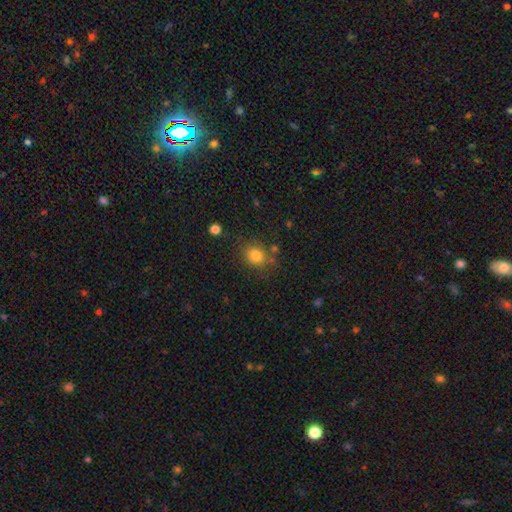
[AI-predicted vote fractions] Morphology: type=smooth (81%); roundness=round (70%); merging=none (76%).